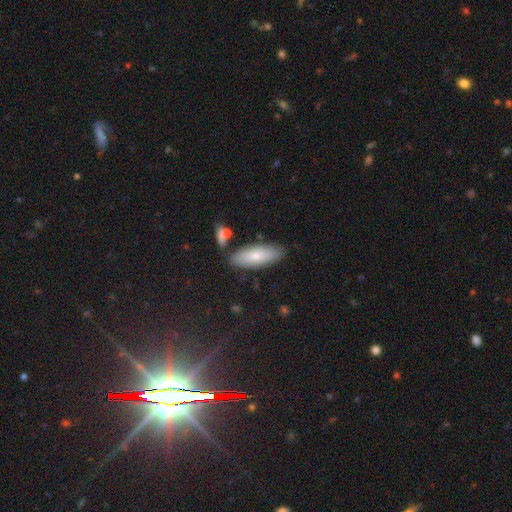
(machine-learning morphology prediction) A smooth galaxy with no disk features (72%) that is in between round and cigar-shaped (72%).

Vote fractions:
- Smooth or featured? smooth: 72% / featured or disk: 21% / star or artifact: 6%
- How rounded? in between: 72% / cigar-shaped: 26% / round: 2%
- Merging? none: 80% / minor disturbance: 12% / merger: 6% / major disturbance: 3%